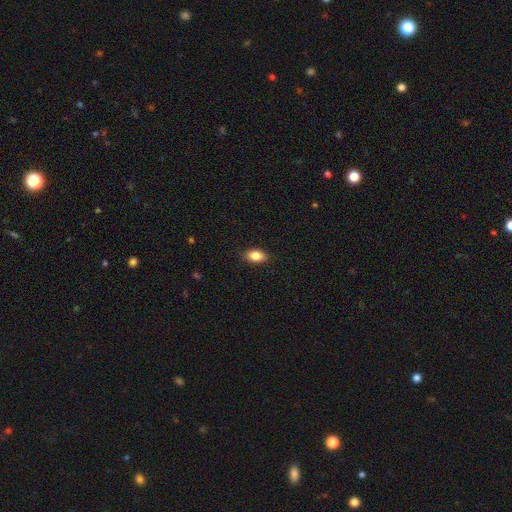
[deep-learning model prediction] smooth 85%, star or artifact 8%, featured or disk 7%. Down the decision tree: how rounded — in between (88%); merging — none (88%).